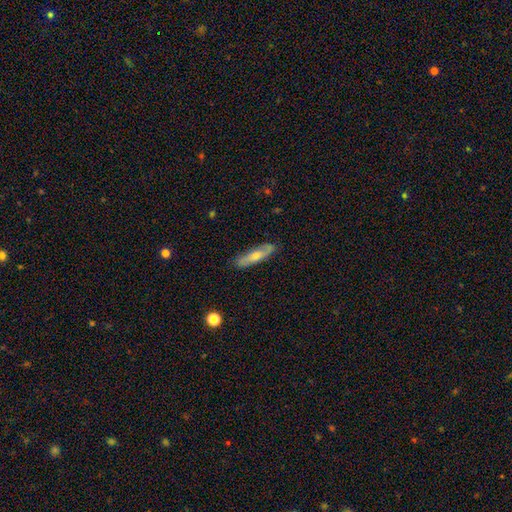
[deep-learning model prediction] Smooth or featured? smooth (47%)
Merging? none (83%)